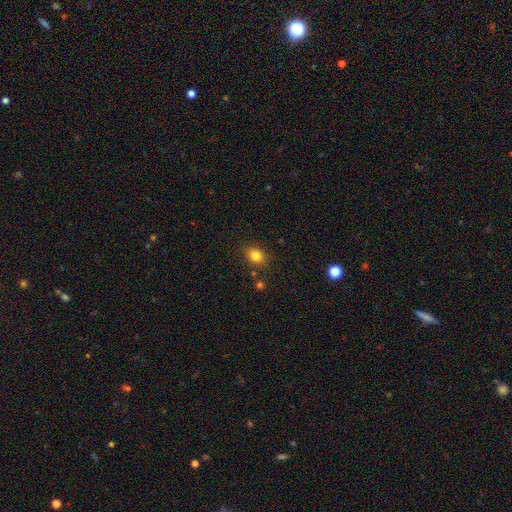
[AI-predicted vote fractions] Smooth or featured?
  - smooth: 82% *
  - star or artifact: 12%
  - featured or disk: 6%
How rounded?
  - round: 54% *
  - in between: 45%
  - cigar-shaped: 1%
Merging?
  - none: 83% *
  - minor disturbance: 11%
  - merger: 3%
  - major disturbance: 3%